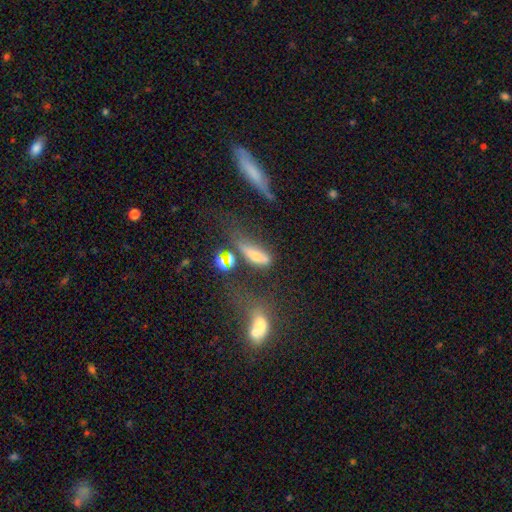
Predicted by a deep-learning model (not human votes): Morphology: type=smooth (57%); roundness=in between (47%); merging=none (38%).